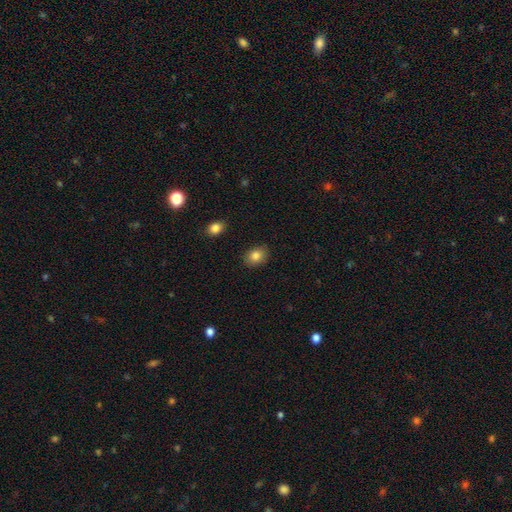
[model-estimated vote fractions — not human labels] A smooth galaxy with no disk features (84%) that is in between round and cigar-shaped (66%). Merging: none (87%).